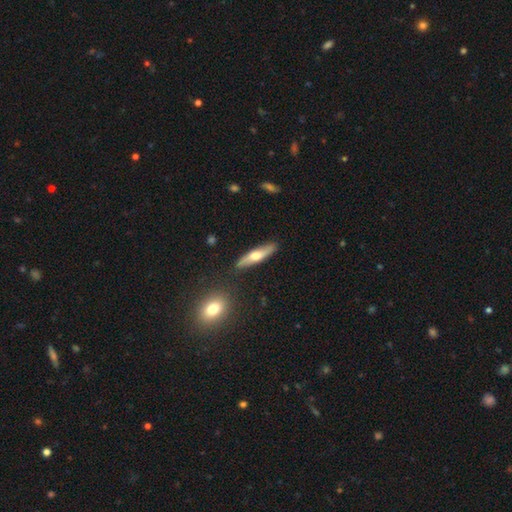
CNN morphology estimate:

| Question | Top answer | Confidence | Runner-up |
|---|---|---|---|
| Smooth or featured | smooth | 51% | featured or disk (43%) |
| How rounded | cigar-shaped | 79% | in between (19%) |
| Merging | none | 85% | minor disturbance (10%) |